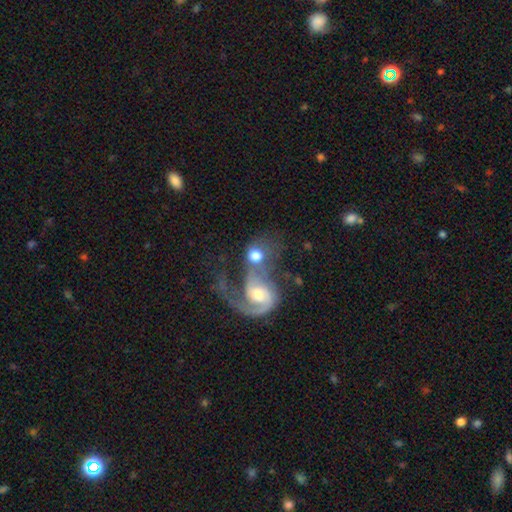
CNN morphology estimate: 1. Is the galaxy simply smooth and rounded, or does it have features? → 53% featured or disk, 39% smooth, 8% star or artifact.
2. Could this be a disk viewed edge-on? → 96% no, 4% yes.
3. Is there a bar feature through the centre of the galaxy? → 58% no, 33% weak, 9% strong.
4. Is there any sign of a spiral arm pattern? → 81% yes, 19% no.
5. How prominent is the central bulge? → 57% moderate, 18% large, 18% small, 3% none, 3% dominant.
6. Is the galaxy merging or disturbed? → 69% merger, 14% none, 12% major disturbance, 6% minor disturbance.